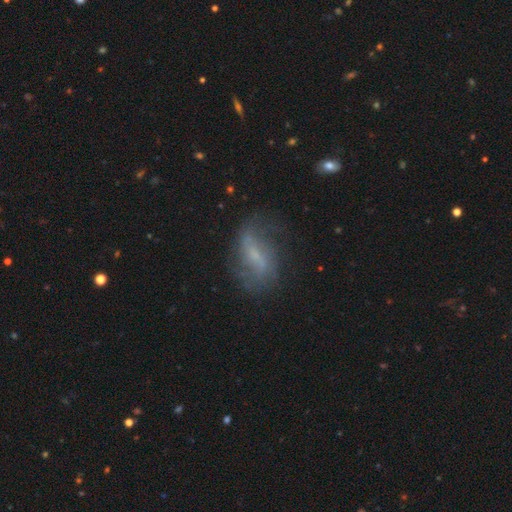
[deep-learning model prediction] smooth_or_featured: featured or disk (p=0.64) [alt: smooth p=0.26]
disk_edge_on: no (p=0.92) [alt: yes p=0.08]
bar: weak (p=0.46) [alt: strong p=0.27]
has_spiral_arms: yes (p=0.79) [alt: no p=0.21]
bulge_size: small (p=0.48) [alt: none p=0.30]
merging: none (p=0.61) [alt: minor disturbance p=0.22]